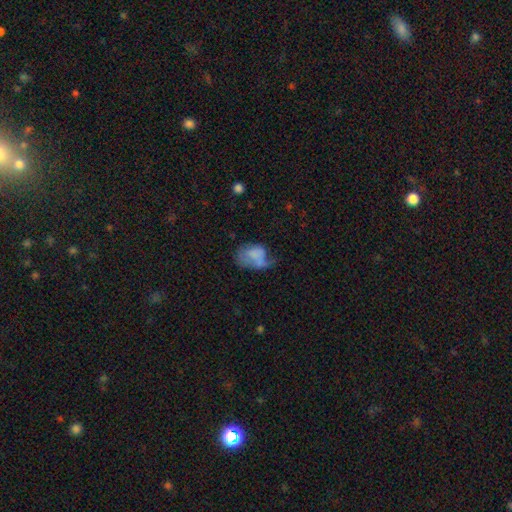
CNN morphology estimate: This is possibly a smooth galaxy (59%). How rounded: likely in between (79%). Merging: marginally major disturbance (42%).